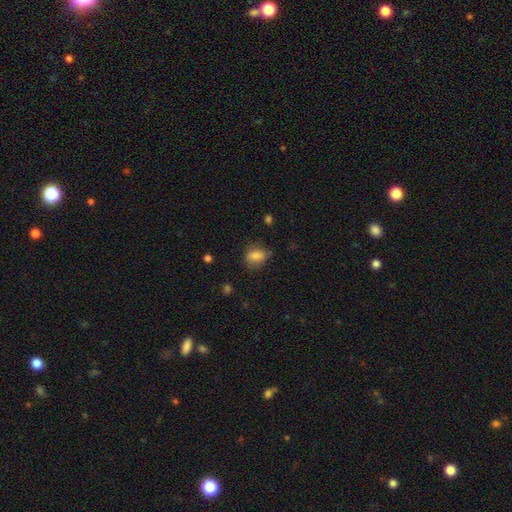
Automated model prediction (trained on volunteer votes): Morphology: type=smooth (80%); roundness=in between (59%); merging=none (70%).